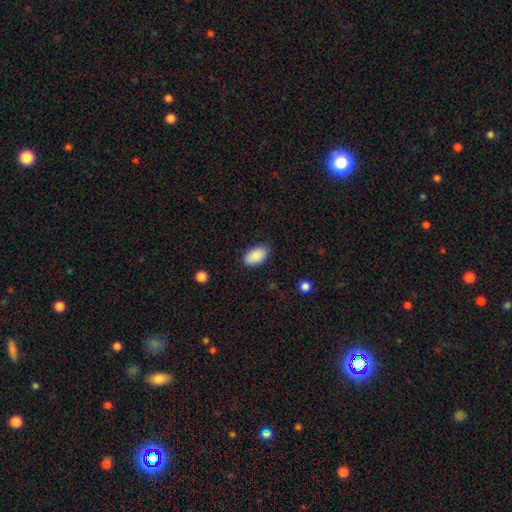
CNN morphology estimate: Overall: smooth (90%). How rounded: in between (94%). Merging: none (85%).